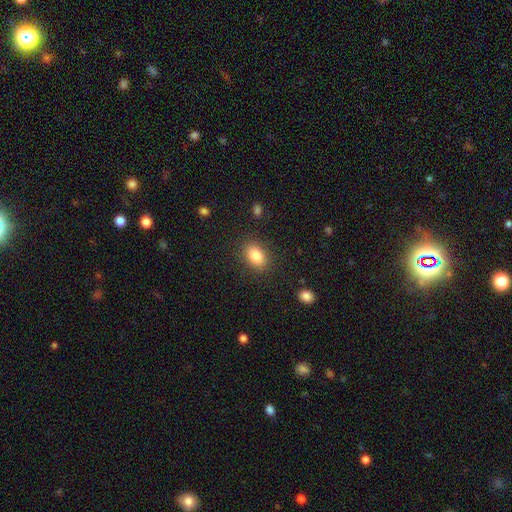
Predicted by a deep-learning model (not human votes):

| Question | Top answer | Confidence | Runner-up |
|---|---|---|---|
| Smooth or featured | smooth | 84% | star or artifact (9%) |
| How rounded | in between | 81% | round (17%) |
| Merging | none | 86% | minor disturbance (9%) |